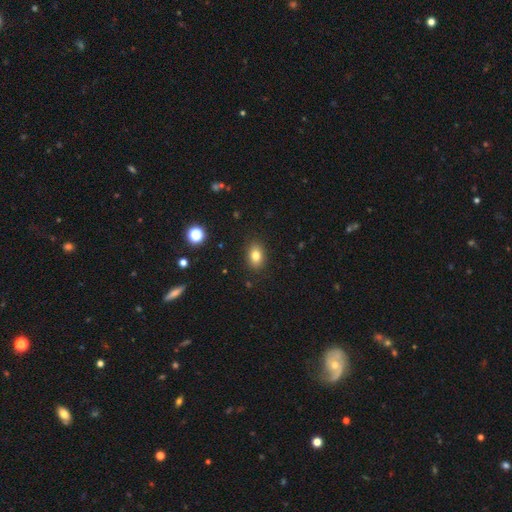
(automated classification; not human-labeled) The model was most divided on "how rounded": in between: 77%, round: 21%, cigar-shaped: 1%. More confident: merging — none (88%); smooth or featured — smooth (80%).